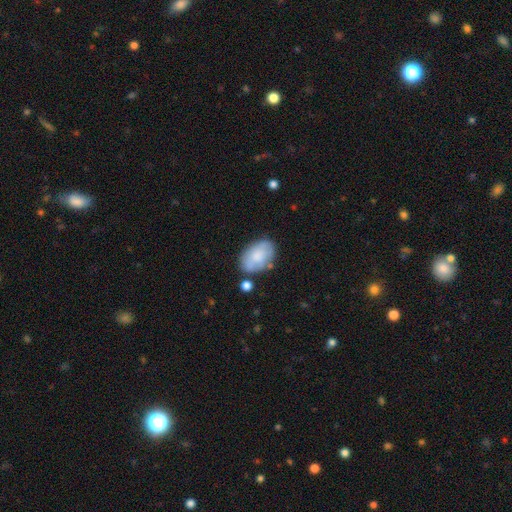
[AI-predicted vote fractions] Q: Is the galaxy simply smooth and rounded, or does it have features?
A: smooth — 66%.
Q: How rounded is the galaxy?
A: in between — 89%.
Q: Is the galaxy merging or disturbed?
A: none — 66%.